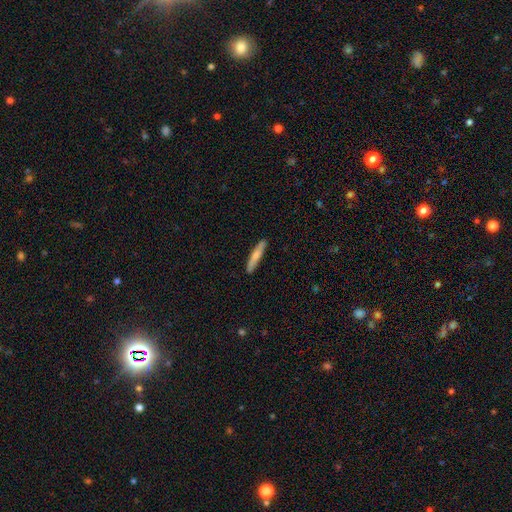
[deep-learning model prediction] Smooth or featured? Predicted: smooth (p=0.68). How rounded? Predicted: cigar-shaped (p=0.92). Merging? Predicted: none (p=0.89).